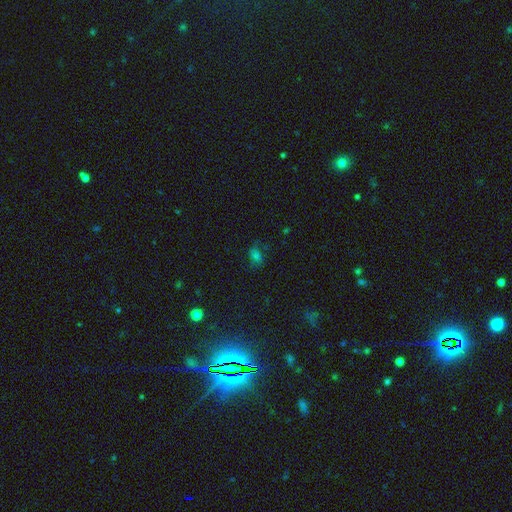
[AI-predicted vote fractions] This appears to be a smooth galaxy with no disk features (58%) that is in between round and cigar-shaped (73%). Merging: none (62%).